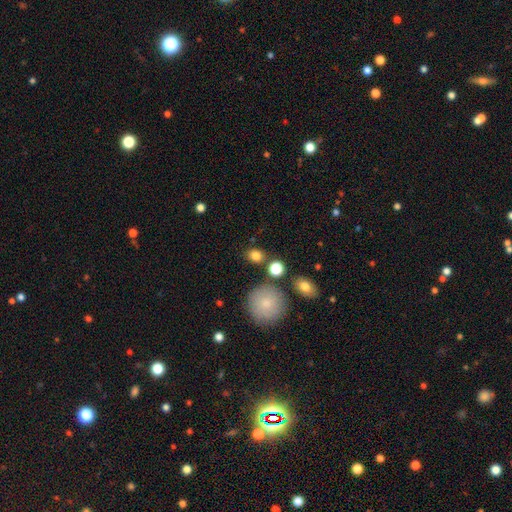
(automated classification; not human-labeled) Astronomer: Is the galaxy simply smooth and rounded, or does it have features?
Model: smooth — 81%.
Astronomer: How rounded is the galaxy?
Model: round — 66%.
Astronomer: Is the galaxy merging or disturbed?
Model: none — 78%.